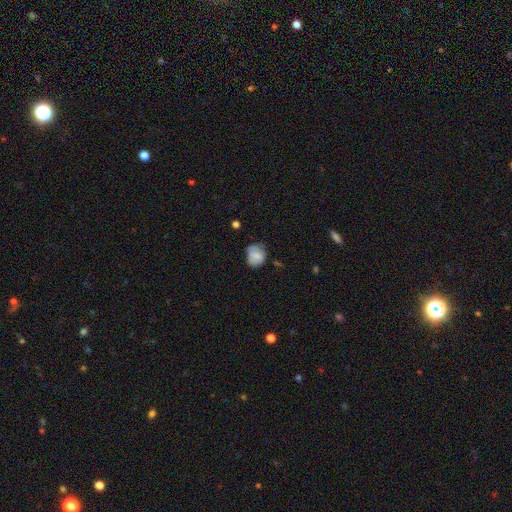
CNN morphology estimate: This appears to be a smooth galaxy with no disk features (70%) that is round (60%). Merging: none (53%).